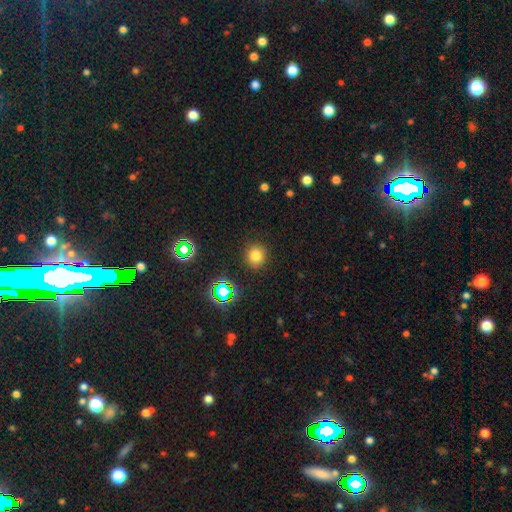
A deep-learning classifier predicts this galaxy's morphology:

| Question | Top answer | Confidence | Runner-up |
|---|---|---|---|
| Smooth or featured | smooth | 74% | star or artifact (20%) |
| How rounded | round | 90% | in between (9%) |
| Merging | none | 89% | minor disturbance (7%) |